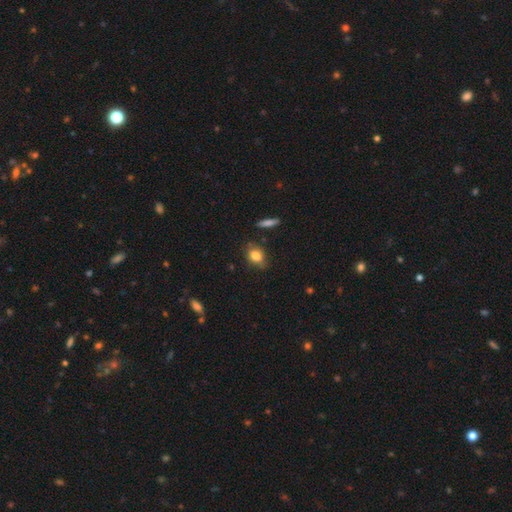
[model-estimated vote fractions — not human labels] smooth 81%, featured or disk 10%, star or artifact 9%. Down the decision tree: how rounded — in between (66%); merging — none (74%).